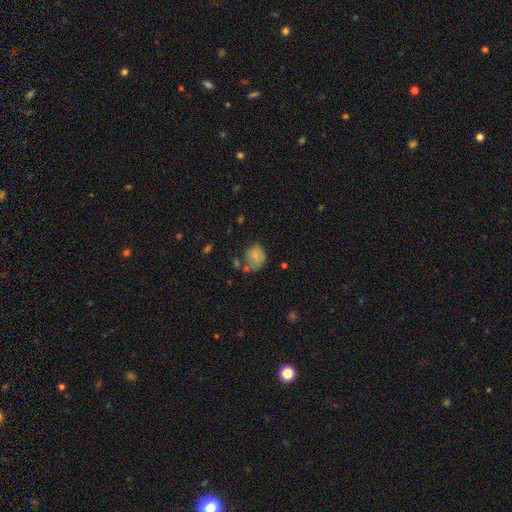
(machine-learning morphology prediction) Q: Smooth or featured?
A: smooth (76%); runner-up: featured or disk (14%)
Q: How rounded?
A: round (63%); runner-up: in between (36%)
Q: Merging?
A: none (46%); runner-up: minor disturbance (29%)